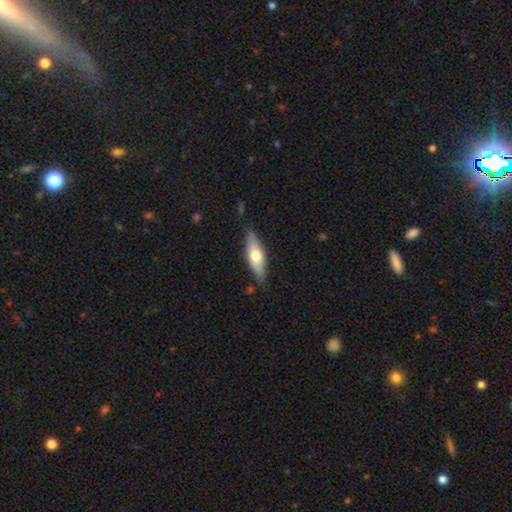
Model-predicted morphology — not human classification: Q: Smooth or featured?
A: smooth (59%); runner-up: featured or disk (35%)
Q: How rounded?
A: in between (54%); runner-up: cigar-shaped (44%)
Q: Merging?
A: none (81%); runner-up: minor disturbance (15%)